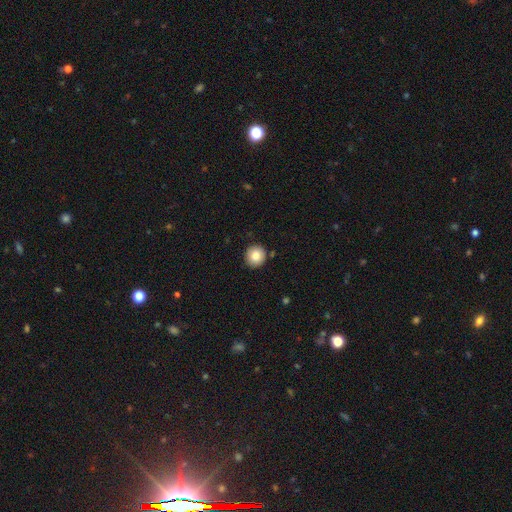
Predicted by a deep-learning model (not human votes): Smooth or featured?
  - smooth: 85% *
  - star or artifact: 8%
  - featured or disk: 7%
How rounded?
  - round: 93% *
  - in between: 6%
  - cigar-shaped: 1%
Merging?
  - none: 88% *
  - minor disturbance: 8%
  - major disturbance: 2%
  - merger: 2%